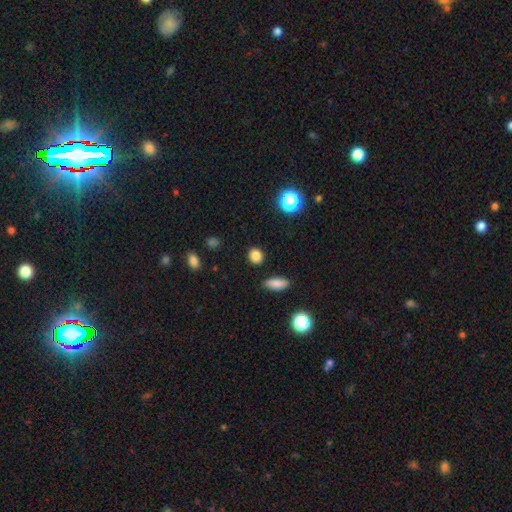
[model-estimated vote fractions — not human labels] Morphology: type=smooth (85%); roundness=round (69%); merging=none (88%).